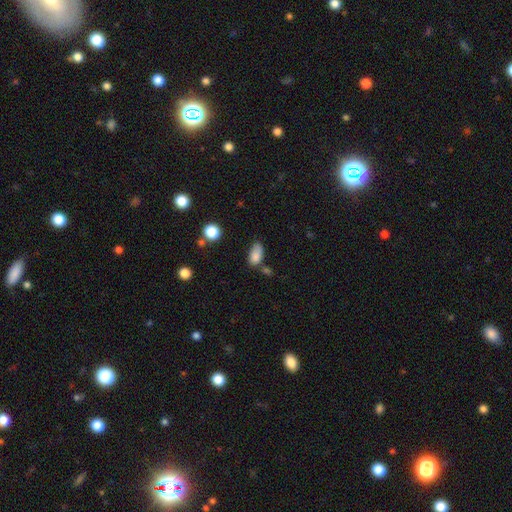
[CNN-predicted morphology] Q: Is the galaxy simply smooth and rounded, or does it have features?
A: smooth — 84%.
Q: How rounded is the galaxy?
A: in between — 90%.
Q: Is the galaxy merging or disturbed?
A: none — 47%.